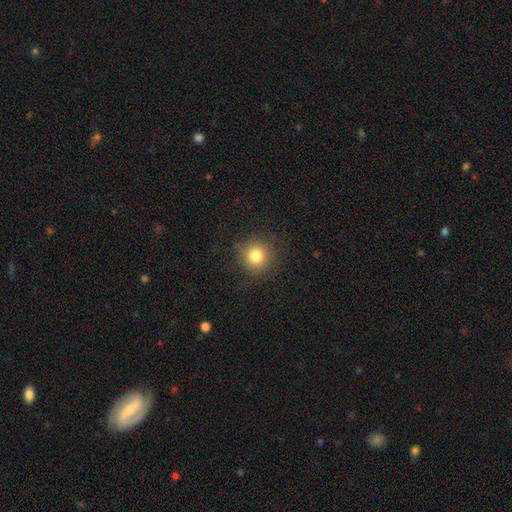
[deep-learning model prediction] Smooth or featured? Predicted: smooth (p=0.80). How rounded? Predicted: round (p=0.93). Merging? Predicted: none (p=0.87).